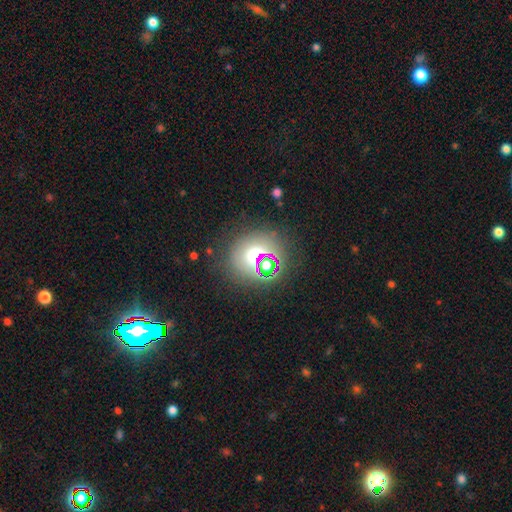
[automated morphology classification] This appears to be a smooth galaxy with no disk features (47%). Merging: none (67%).